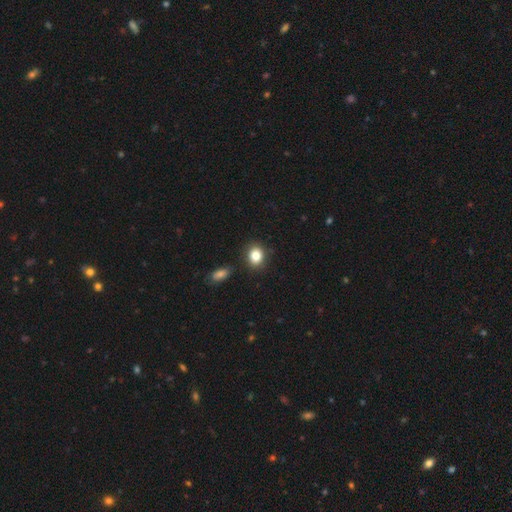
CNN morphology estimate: smooth_or_featured: smooth (p=0.83) [alt: star or artifact p=0.10]
how_rounded: round (p=0.58) [alt: in between p=0.41]
merging: none (p=0.84) [alt: minor disturbance p=0.09]